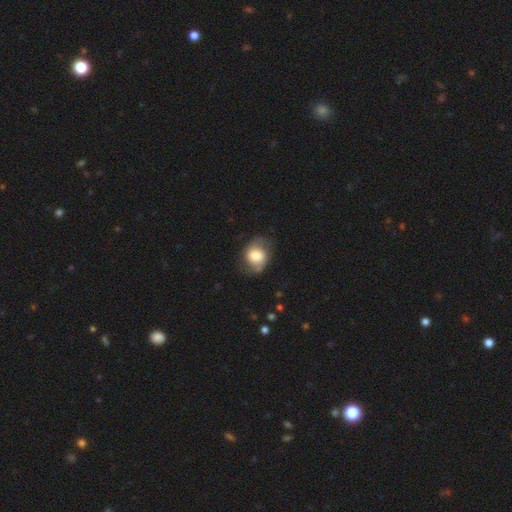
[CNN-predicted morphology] This is likely a smooth galaxy (61%). How rounded: possibly in between (54%). Merging: likely none (64%).